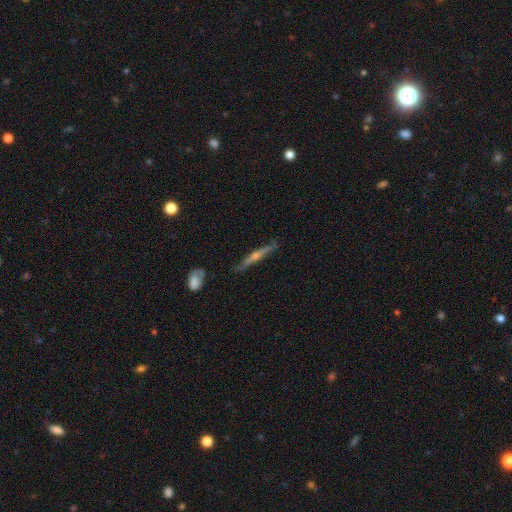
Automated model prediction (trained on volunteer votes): Smooth or featured: featured or disk — 71% (smooth — 23%)
Edge-on disk: yes — 96% (no — 4%)
Edge-on bulge: rounded — 79% (none — 16%)
Merging: none — 84% (minor disturbance — 12%)